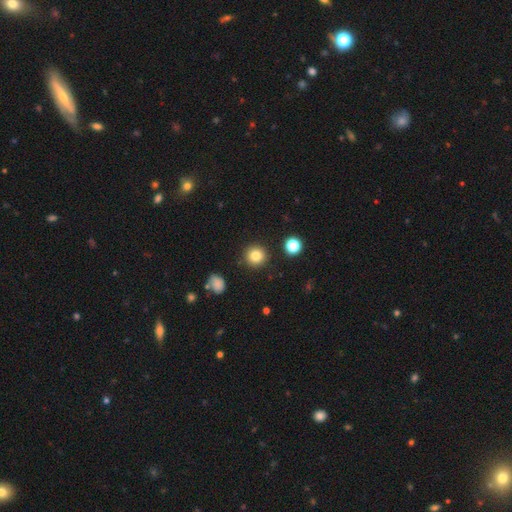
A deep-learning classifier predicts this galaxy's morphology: This is clearly a smooth galaxy (83%). How rounded: clearly round (94%). Merging: clearly none (90%).